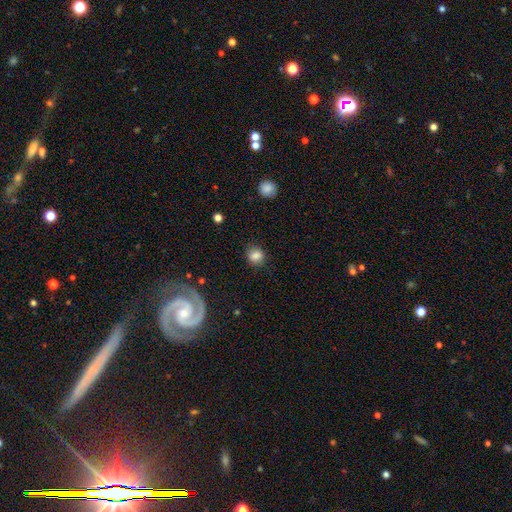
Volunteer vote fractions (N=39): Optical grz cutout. It shows a smooth galaxy with no disk features (77%) that is round (70%). Merging: none (97%).